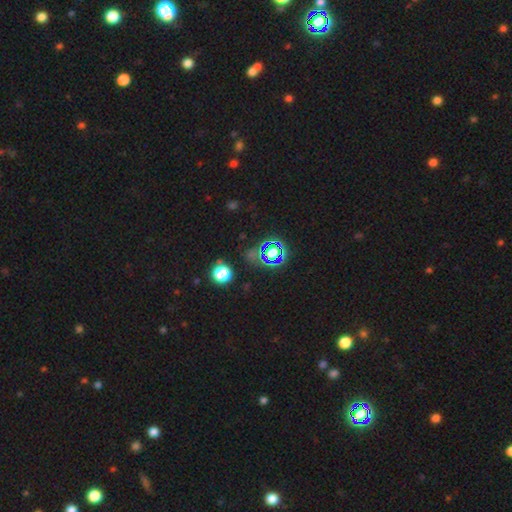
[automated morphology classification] type=star or artifact (70%).